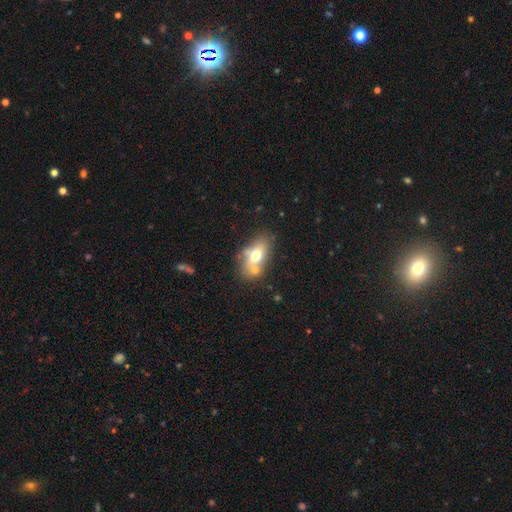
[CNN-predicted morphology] The model was most divided on "merging": none: 46%, merger: 30%, minor disturbance: 16%, major disturbance: 7%. More confident: how rounded — in between (83%); smooth or featured — smooth (62%).